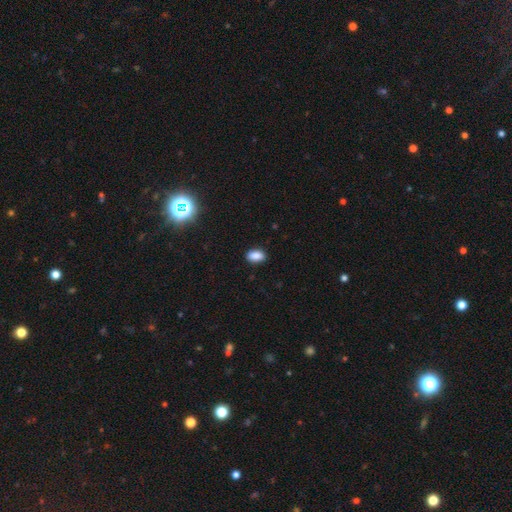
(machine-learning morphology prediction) Smooth or featured: smooth — 87% (star or artifact — 9%)
How rounded: in between — 89% (round — 9%)
Merging: none — 88% (minor disturbance — 9%)